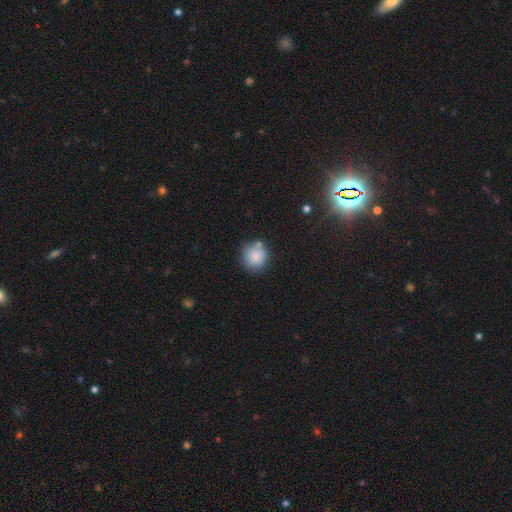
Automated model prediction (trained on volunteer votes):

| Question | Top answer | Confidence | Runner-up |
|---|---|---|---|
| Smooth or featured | smooth | 83% | featured or disk (9%) |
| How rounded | round | 88% | in between (11%) |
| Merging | none | 66% | minor disturbance (18%) |